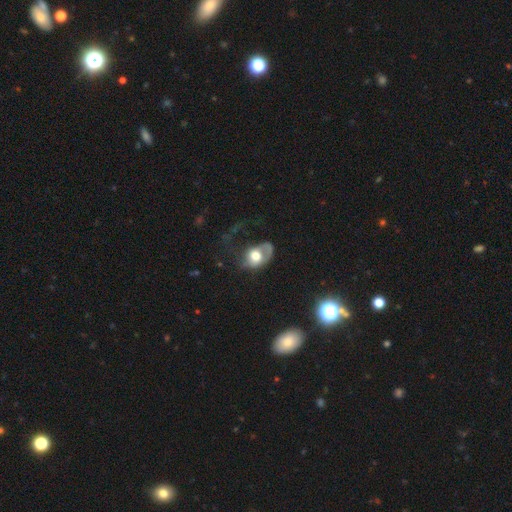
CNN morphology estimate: smooth 53%, featured or disk 39%, star or artifact 8%. Down the decision tree: how rounded — in between (68%); merging — major disturbance (51%).